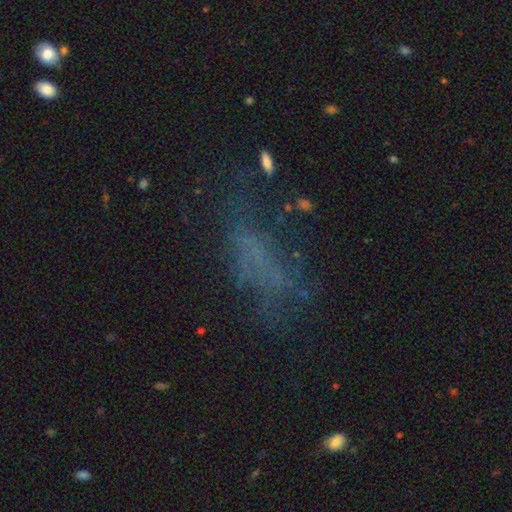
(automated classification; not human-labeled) This is marginally a smooth galaxy (37%). Merging: possibly none (47%).